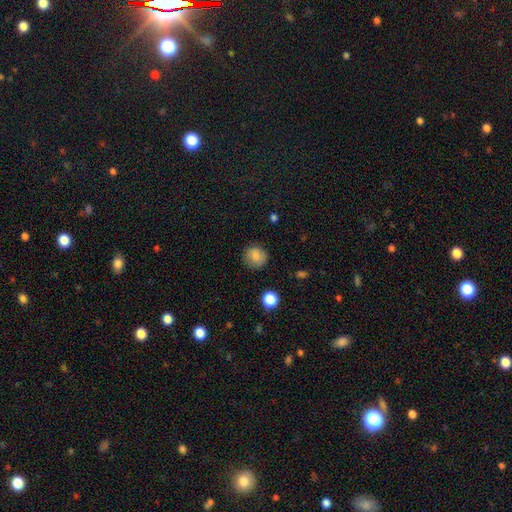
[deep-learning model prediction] Overall: smooth (84%). How rounded: round (87%). Merging: none (83%).